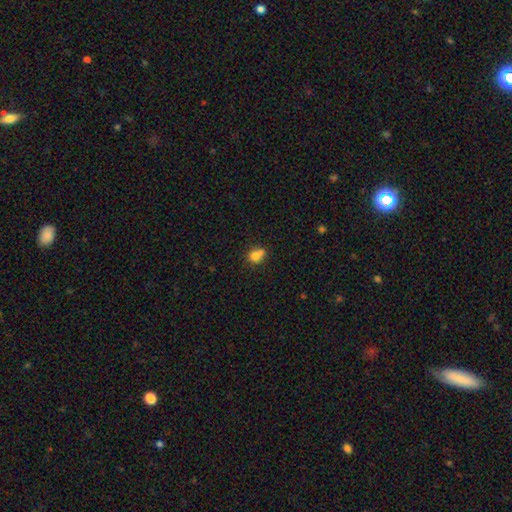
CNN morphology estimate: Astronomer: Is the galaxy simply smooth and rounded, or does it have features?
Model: smooth — 76%.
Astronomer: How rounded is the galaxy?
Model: round — 60% (runner-up: in between, 39%).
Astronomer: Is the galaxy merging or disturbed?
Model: merger — 39%, tied with none at 39%.